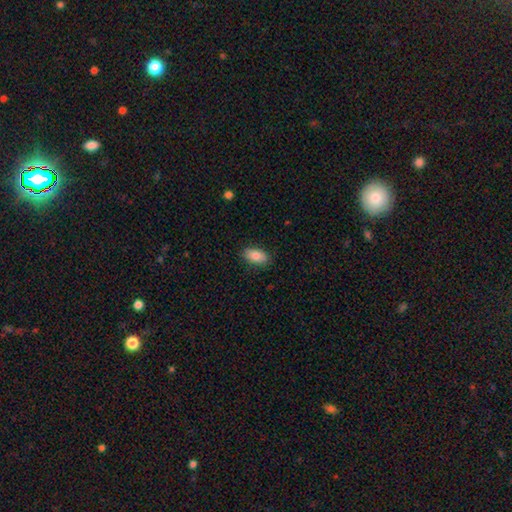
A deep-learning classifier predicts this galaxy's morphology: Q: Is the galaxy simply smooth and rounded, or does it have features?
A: smooth — 85%.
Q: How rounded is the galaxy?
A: in between — 92%.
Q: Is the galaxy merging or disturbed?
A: none — 87%.